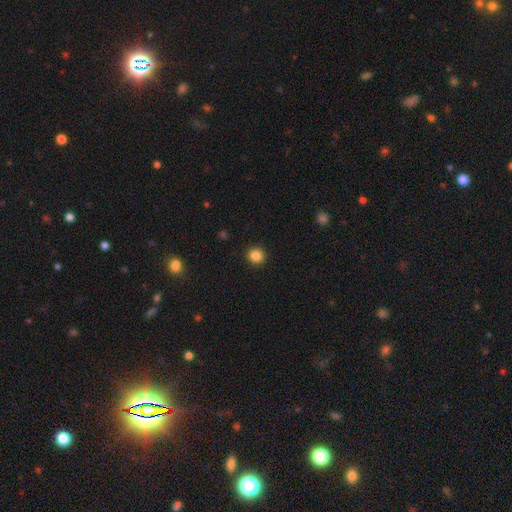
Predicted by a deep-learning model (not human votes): This is clearly a smooth galaxy (85%). How rounded: clearly round (85%). Merging: clearly none (92%).